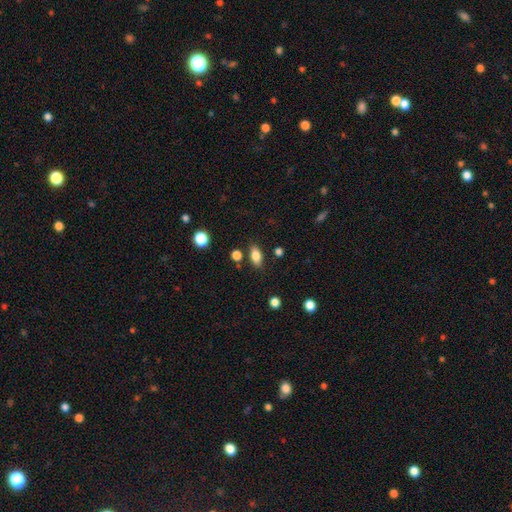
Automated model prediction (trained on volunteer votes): A smooth galaxy with no disk features (82%) that is in between round and cigar-shaped (86%).

Vote fractions:
- Smooth or featured? smooth: 82% / star or artifact: 9% / featured or disk: 8%
- How rounded? in between: 86% / round: 7% / cigar-shaped: 6%
- Merging? none: 83% / minor disturbance: 10% / merger: 4% / major disturbance: 3%